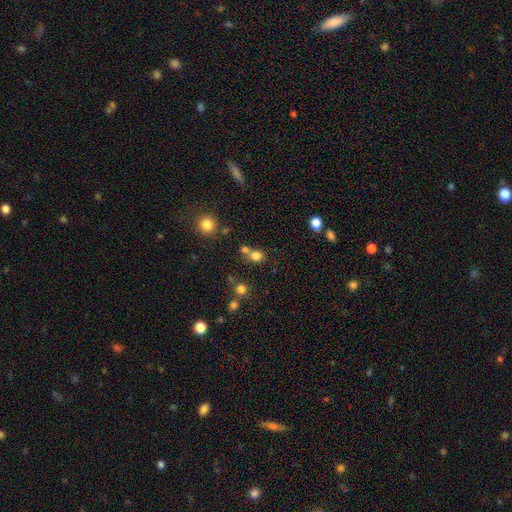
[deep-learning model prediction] smooth_or_featured: smooth (p=0.77) [alt: star or artifact p=0.16]
how_rounded: round (p=0.79) [alt: in between p=0.20]
merging: none (p=0.53) [alt: merger p=0.34]